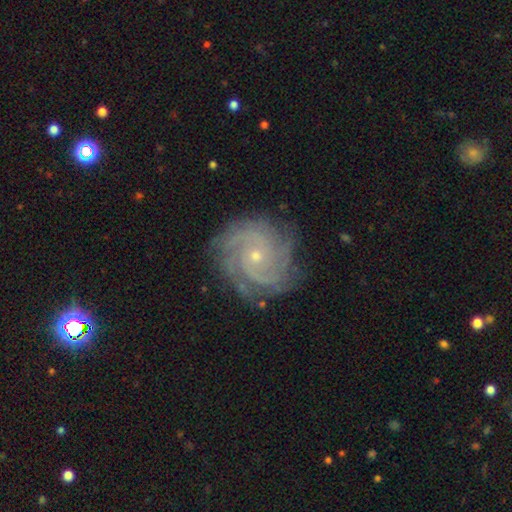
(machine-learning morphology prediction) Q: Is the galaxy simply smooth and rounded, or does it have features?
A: featured or disk — 84%.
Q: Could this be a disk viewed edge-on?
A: no — 97%.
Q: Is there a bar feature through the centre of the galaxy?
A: no — 72%.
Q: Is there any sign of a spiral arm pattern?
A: yes — 98%.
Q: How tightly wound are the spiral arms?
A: tight — 70%.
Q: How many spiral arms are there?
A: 3 — 23%.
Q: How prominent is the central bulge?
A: small — 78%.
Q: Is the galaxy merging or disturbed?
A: none — 82%.